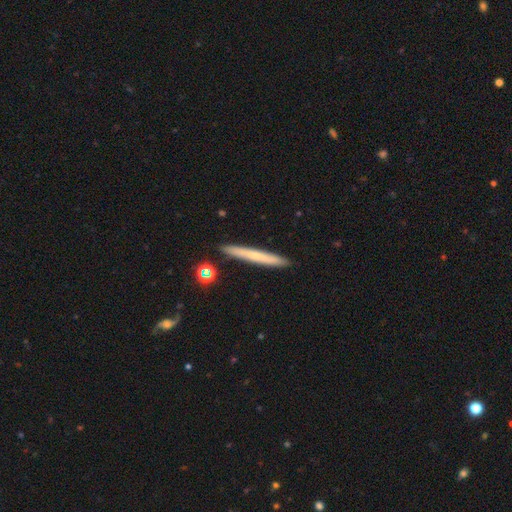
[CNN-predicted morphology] A smooth galaxy with no disk features (58%) that is cigar-shaped (97%).

Vote fractions:
- Smooth or featured? smooth: 58% / featured or disk: 35% / star or artifact: 6%
- How rounded? cigar-shaped: 97% / in between: 2% / round: 1%
- Merging? none: 90% / minor disturbance: 7% / merger: 2% / major disturbance: 1%